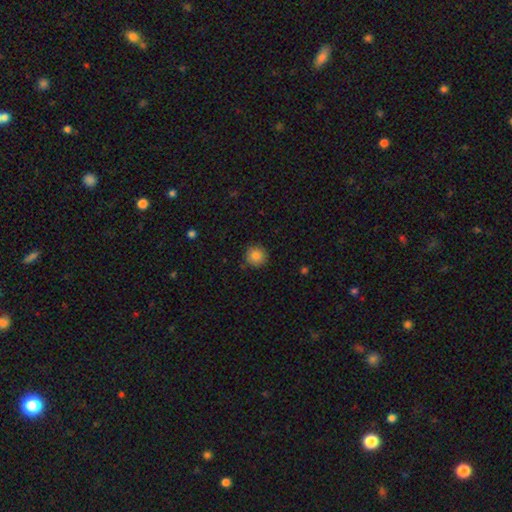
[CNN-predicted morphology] A smooth galaxy with no disk features (85%) that is round (93%).

Vote fractions:
- Smooth or featured? smooth: 85% / star or artifact: 10% / featured or disk: 6%
- How rounded? round: 93% / in between: 6% / cigar-shaped: 1%
- Merging? none: 89% / minor disturbance: 8% / major disturbance: 2% / merger: 1%